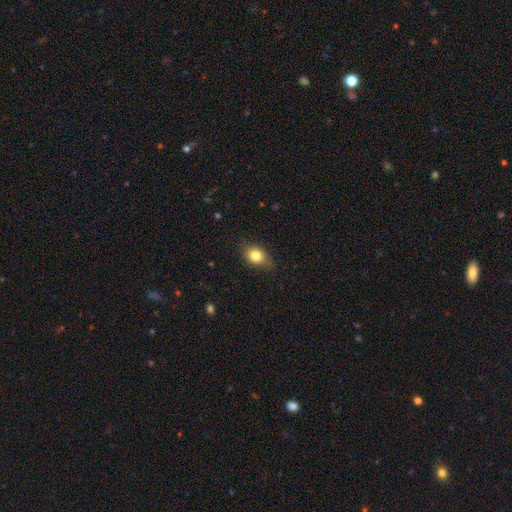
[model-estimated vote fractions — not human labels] The model was most divided on "how rounded": in between: 62%, round: 36%, cigar-shaped: 2%. More confident: smooth or featured — smooth (81%); merging — none (78%).